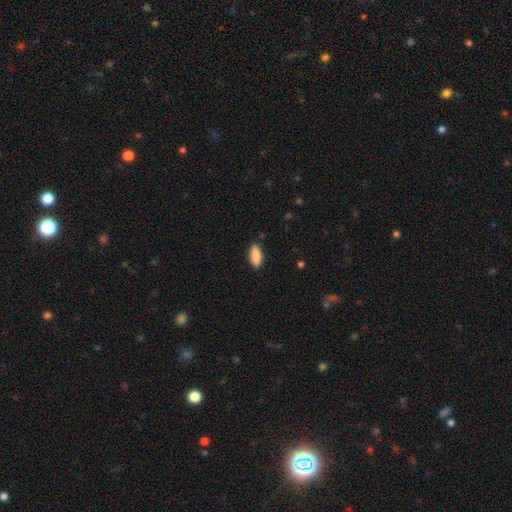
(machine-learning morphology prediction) smooth 89%, star or artifact 6%, featured or disk 4%. Down the decision tree: how rounded — in between (82%); merging — none (85%).